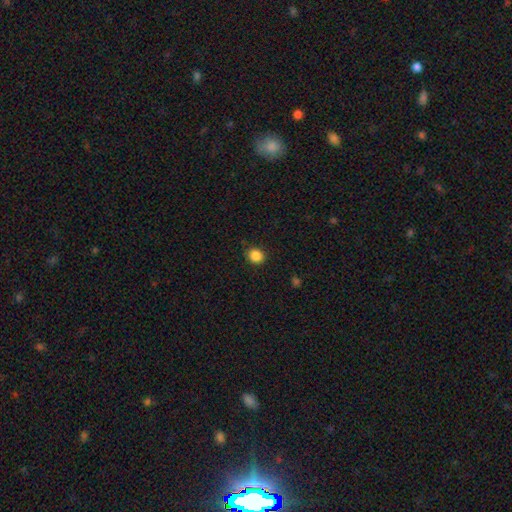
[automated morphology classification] A smooth galaxy with no disk features (86%) that is round (80%).

Vote fractions:
- Smooth or featured? smooth: 86% / star or artifact: 11% / featured or disk: 3%
- How rounded? round: 80% / in between: 19% / cigar-shaped: 1%
- Merging? none: 88% / minor disturbance: 8% / major disturbance: 2% / merger: 1%